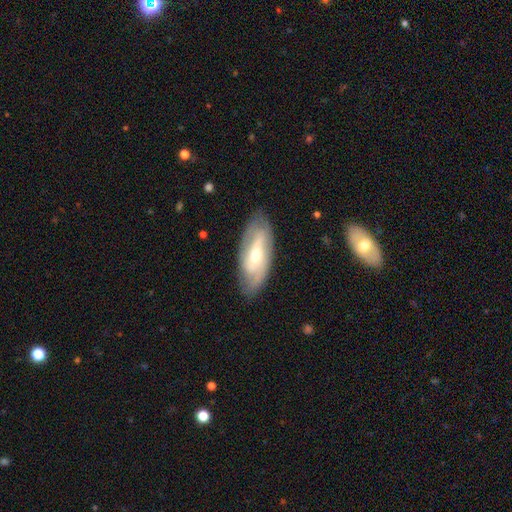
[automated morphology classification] smooth_or_featured: featured or disk (p=0.65) [alt: smooth p=0.29]
disk_edge_on: no (p=0.87) [alt: yes p=0.13]
bar: weak (p=0.44) [alt: no p=0.32]
has_spiral_arms: yes (p=0.81) [alt: no p=0.19]
bulge_size: moderate (p=0.62) [alt: small p=0.23]
merging: none (p=0.78) [alt: minor disturbance p=0.16]